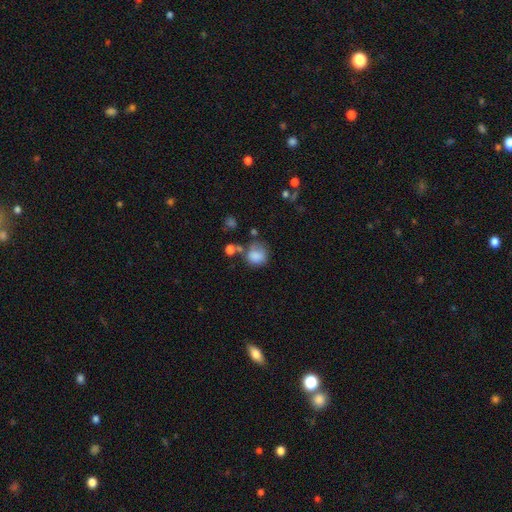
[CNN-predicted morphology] Smooth or featured? Predicted: smooth (p=0.81). How rounded? Predicted: round (p=0.76). Merging? Predicted: none (p=0.49).